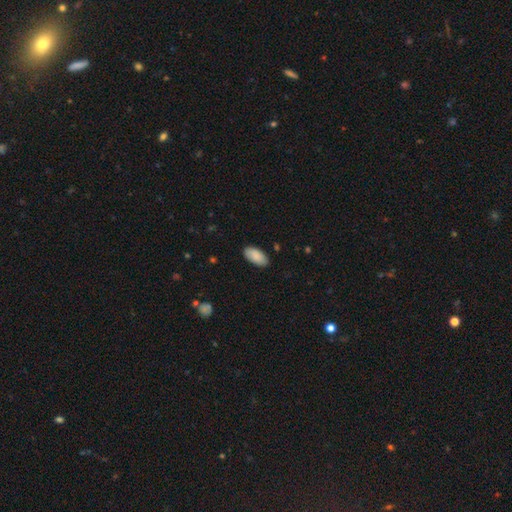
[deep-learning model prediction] smooth-or-featured: smooth: 88% | star or artifact: 6% | featured or disk: 6%
  how-rounded: in between: 94% | cigar-shaped: 4% | round: 2%
  merging: none: 86% | minor disturbance: 11% | major disturbance: 2% | merger: 1%